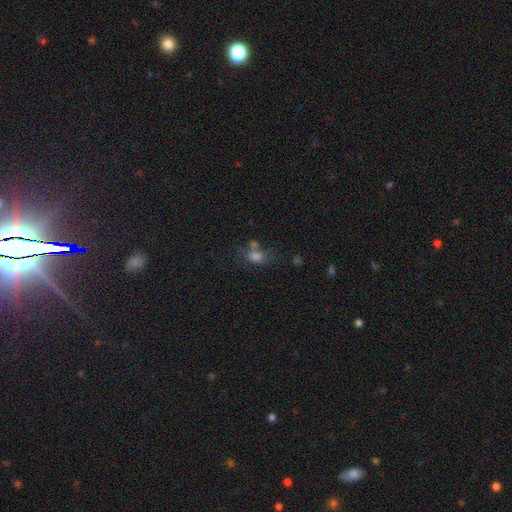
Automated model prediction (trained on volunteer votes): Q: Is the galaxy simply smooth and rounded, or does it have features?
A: smooth — 68%.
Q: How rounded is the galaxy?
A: in between — 65%.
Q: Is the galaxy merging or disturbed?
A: none — 51%.